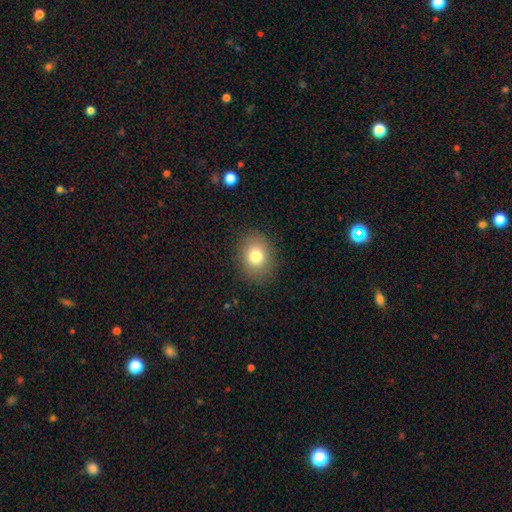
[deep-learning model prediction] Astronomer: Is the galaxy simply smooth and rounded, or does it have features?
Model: smooth — 79%.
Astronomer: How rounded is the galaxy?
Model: round — 54% (runner-up: in between, 45%).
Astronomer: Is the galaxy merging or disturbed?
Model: none — 87%.